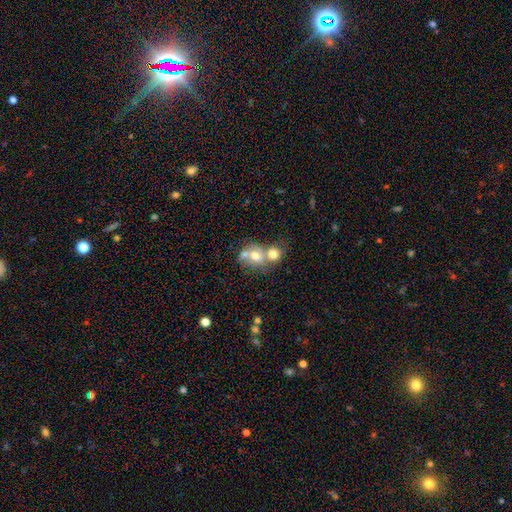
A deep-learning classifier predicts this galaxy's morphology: Smooth or featured: smooth — 63% (featured or disk — 26%)
How rounded: round — 61% (in between — 38%)
Merging: merger — 63% (none — 24%)